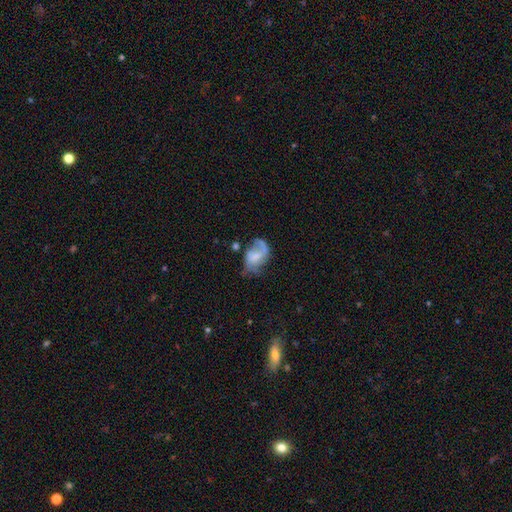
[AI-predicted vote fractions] featured or disk 59%, smooth 32%, star or artifact 9%. Down the decision tree: edge-on disk — no (97%); bar — no (51%); spiral arms — yes (73%); bulge size — none (37%); merging — none (34%).